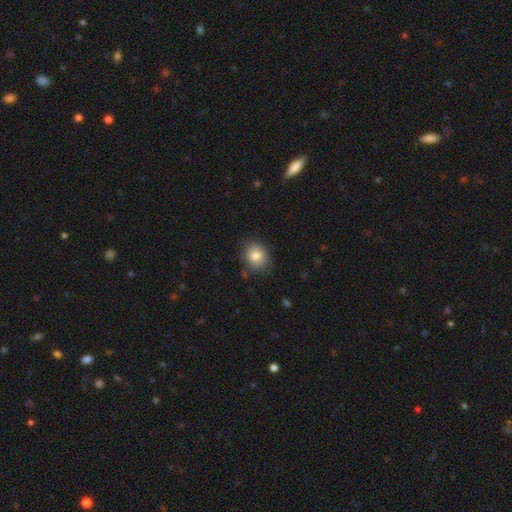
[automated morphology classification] smooth-or-featured: smooth: 82% | star or artifact: 9% | featured or disk: 9%
  how-rounded: round: 62% | in between: 37% | cigar-shaped: 1%
  merging: none: 83% | minor disturbance: 12% | major disturbance: 3% | merger: 2%